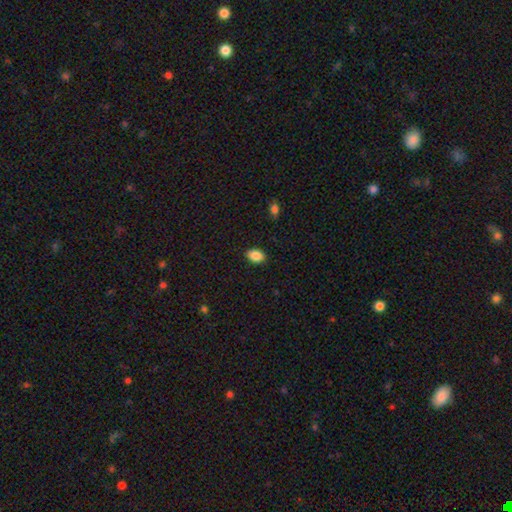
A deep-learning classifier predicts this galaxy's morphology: type=smooth (88%); roundness=in between (82%); merging=none (88%).